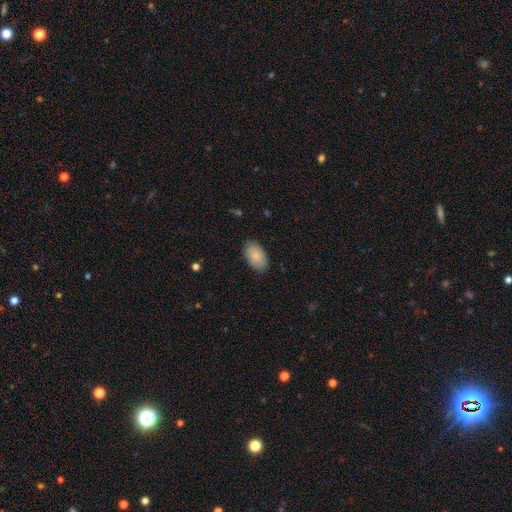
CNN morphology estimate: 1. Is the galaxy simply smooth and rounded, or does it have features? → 86% smooth, 8% featured or disk, 6% star or artifact.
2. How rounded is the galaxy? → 94% in between, 5% round, 1% cigar-shaped.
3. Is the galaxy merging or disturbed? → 85% none, 12% minor disturbance, 2% major disturbance, 1% merger.